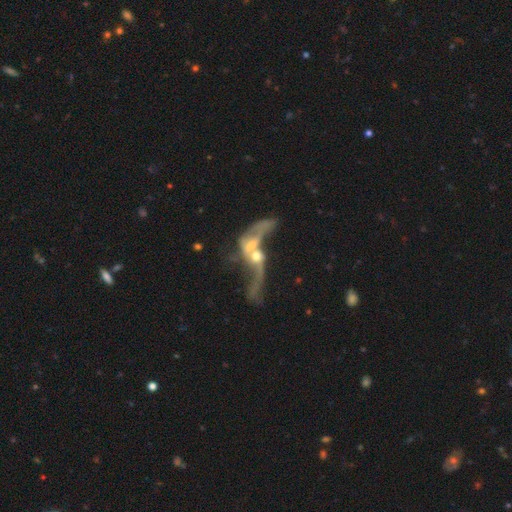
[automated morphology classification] Smooth or featured? Predicted: featured or disk (p=0.71). Edge-on disk? Predicted: no (p=0.90). Bar? Predicted: no (p=0.66). Spiral arms? Predicted: yes (p=0.62). Bulge size? Predicted: moderate (p=0.54). Merging? Predicted: merger (p=0.73).